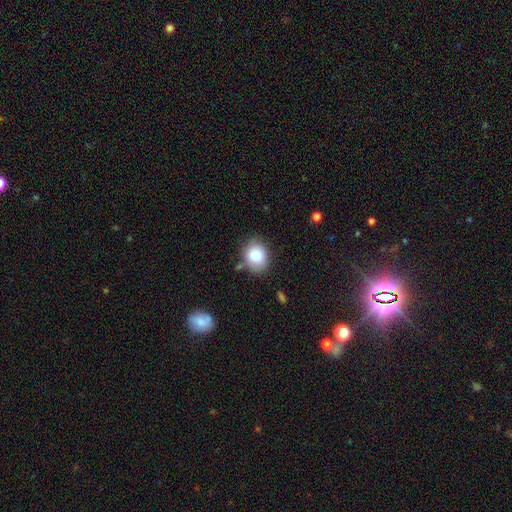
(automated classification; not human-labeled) A smooth galaxy with no disk features (84%) that is round (57%). Merging: none (74%).